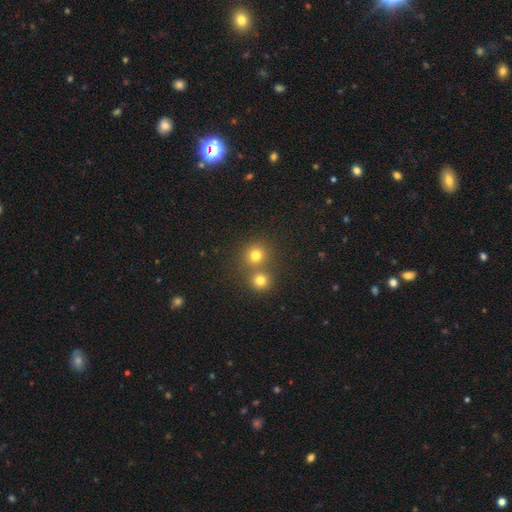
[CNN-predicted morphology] smooth-or-featured: smooth: 77% | star or artifact: 16% | featured or disk: 7%
  how-rounded: round: 90% | in between: 9% | cigar-shaped: 1%
  merging: none: 61% | merger: 31% | minor disturbance: 6% | major disturbance: 2%